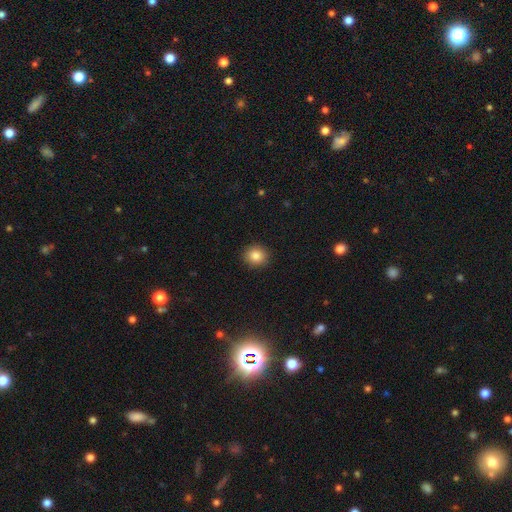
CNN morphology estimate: Smooth or featured? Predicted: smooth (p=0.84). How rounded? Predicted: round (p=0.82). Merging? Predicted: none (p=0.91).